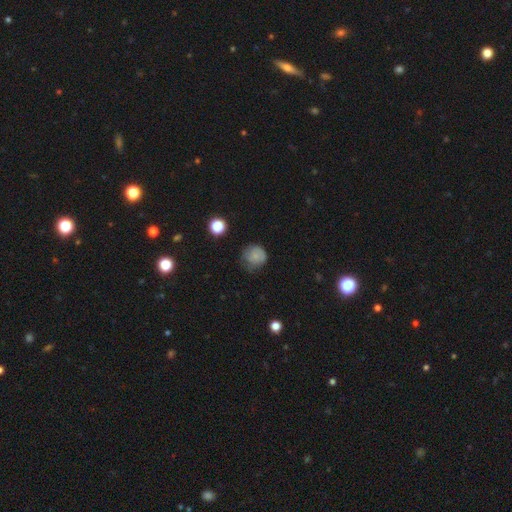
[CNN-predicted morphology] Smooth or featured? smooth (70%)
How rounded? round (87%)
Merging? none (57%)